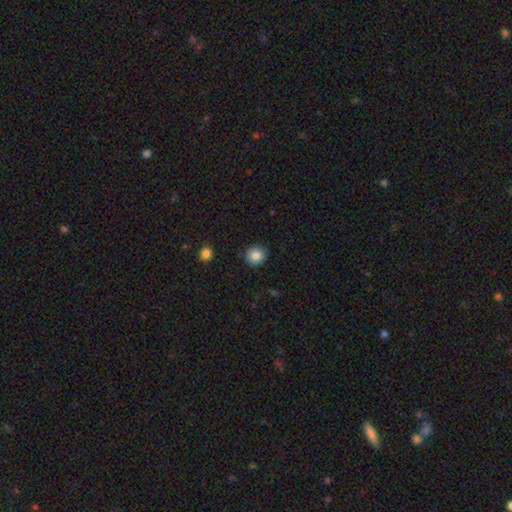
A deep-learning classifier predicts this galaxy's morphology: Smooth or featured: smooth — 84% (star or artifact — 9%)
How rounded: round — 87% (in between — 12%)
Merging: none — 89% (minor disturbance — 8%)